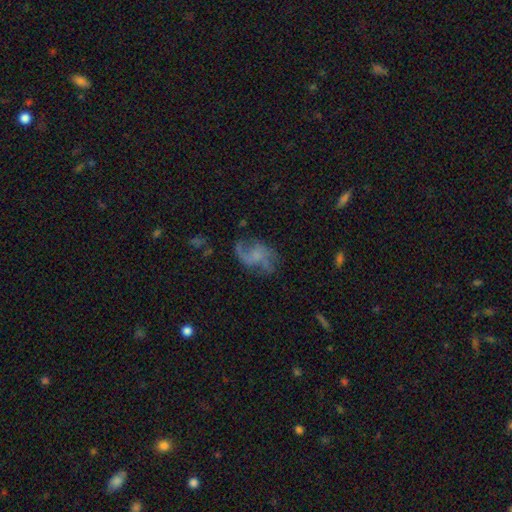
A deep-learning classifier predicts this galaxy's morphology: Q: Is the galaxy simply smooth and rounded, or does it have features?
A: featured or disk — 70%.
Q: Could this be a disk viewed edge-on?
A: no — 97%.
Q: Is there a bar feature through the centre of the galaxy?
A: no — 69%.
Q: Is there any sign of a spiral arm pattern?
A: yes — 83%.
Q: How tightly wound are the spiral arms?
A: loose — 65%.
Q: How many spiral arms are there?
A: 2 — 60%.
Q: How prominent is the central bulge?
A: none — 49%.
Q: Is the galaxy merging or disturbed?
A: none — 52%.